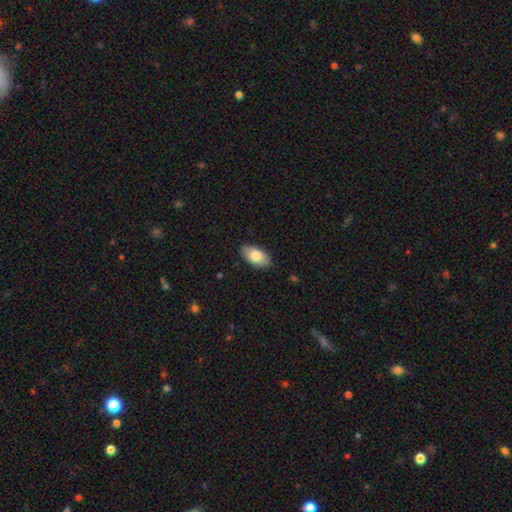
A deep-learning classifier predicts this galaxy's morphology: Smooth or featured: smooth — 80% (featured or disk — 14%)
How rounded: in between — 95% (round — 3%)
Merging: none — 87% (minor disturbance — 10%)